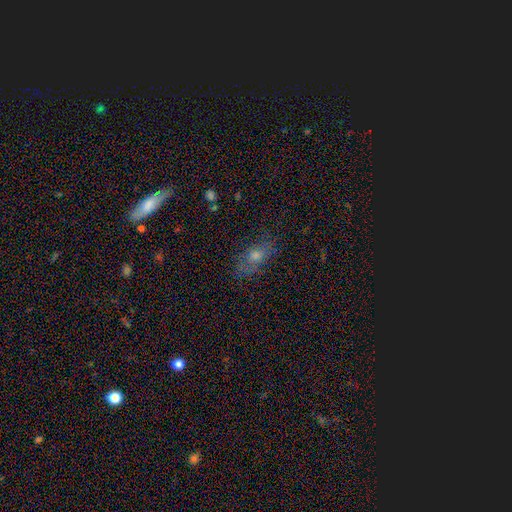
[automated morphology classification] Smooth or featured: smooth — 51% (featured or disk — 29%)
How rounded: in between — 70% (round — 19%)
Merging: none — 70% (minor disturbance — 20%)